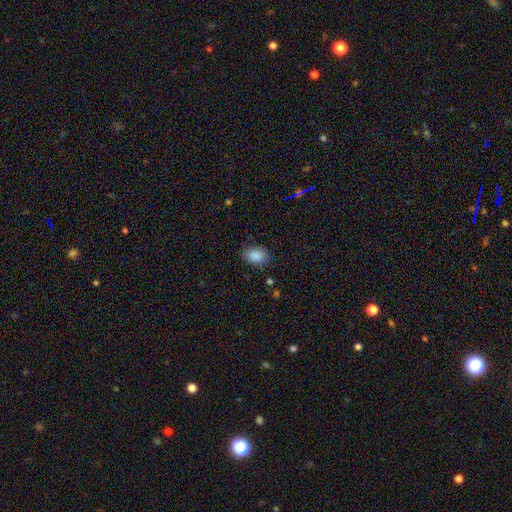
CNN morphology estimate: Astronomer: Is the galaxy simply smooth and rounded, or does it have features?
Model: smooth — 87%.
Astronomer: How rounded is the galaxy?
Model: in between — 82%.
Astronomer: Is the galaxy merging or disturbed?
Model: none — 83%.